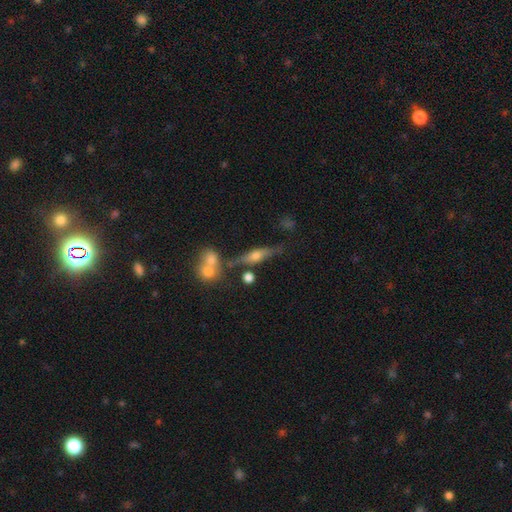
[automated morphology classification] Q: Smooth or featured?
A: featured or disk (53%); runner-up: smooth (38%)
Q: Edge-on disk?
A: yes (86%); runner-up: no (14%)
Q: Merging?
A: none (65%); runner-up: minor disturbance (16%)